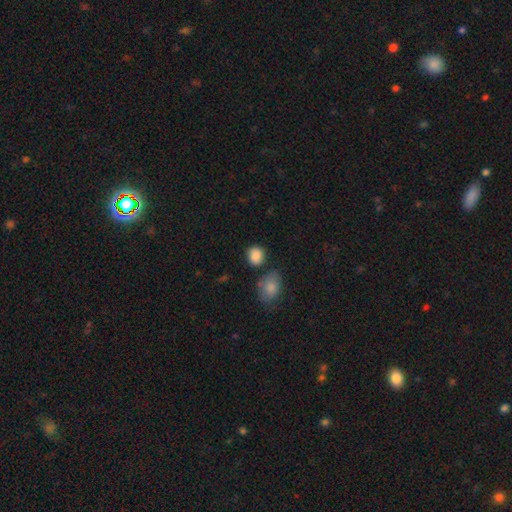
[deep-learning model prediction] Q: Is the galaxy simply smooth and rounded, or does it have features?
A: smooth — 87%.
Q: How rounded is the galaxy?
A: round — 71%.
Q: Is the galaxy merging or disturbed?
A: none — 70%.